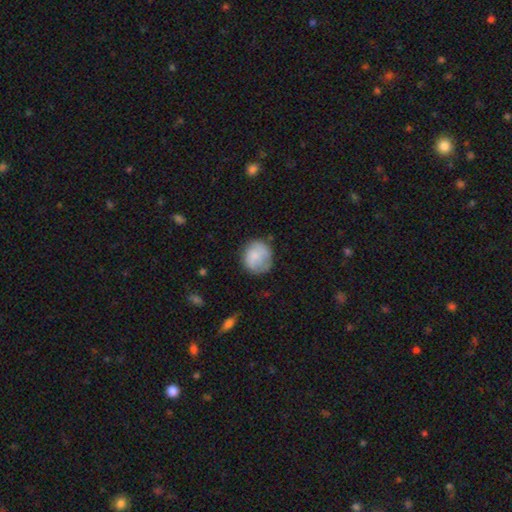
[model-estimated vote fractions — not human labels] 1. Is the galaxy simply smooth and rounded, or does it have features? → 79% smooth, 14% featured or disk, 7% star or artifact.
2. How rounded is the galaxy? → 80% round, 19% in between, 1% cigar-shaped.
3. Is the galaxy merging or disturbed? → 68% none, 23% minor disturbance, 7% major disturbance, 2% merger.